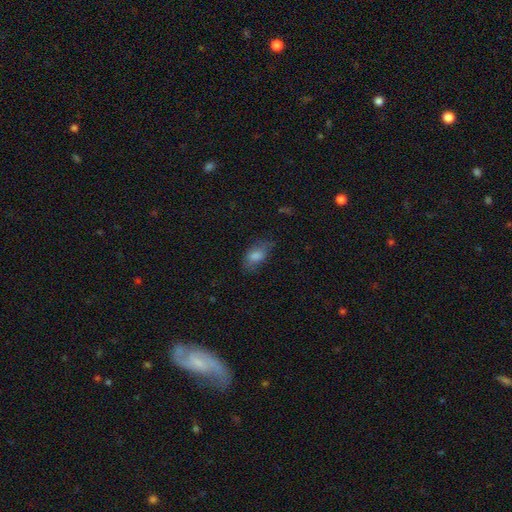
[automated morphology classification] This appears to be a smooth galaxy with no disk features (79%) that is in between round and cigar-shaped (89%). Merging: none (62%).